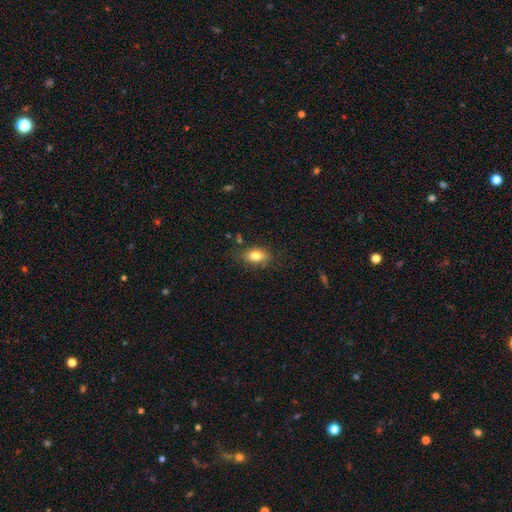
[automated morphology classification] Smooth or featured: smooth — 79% (featured or disk — 12%)
How rounded: in between — 83% (round — 13%)
Merging: none — 77% (minor disturbance — 17%)